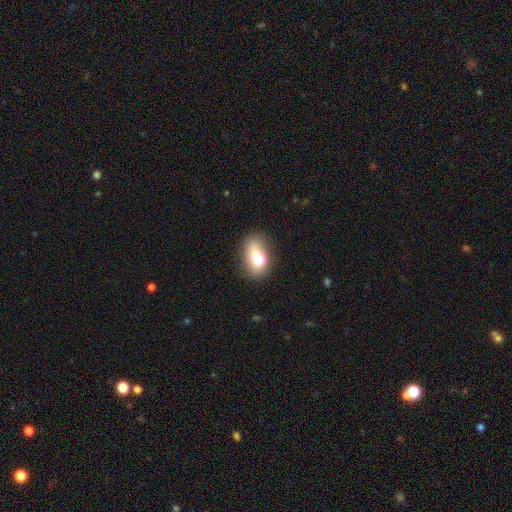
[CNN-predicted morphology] smooth 69%, featured or disk 20%, star or artifact 10%. Down the decision tree: how rounded — in between (79%); merging — none (58%).